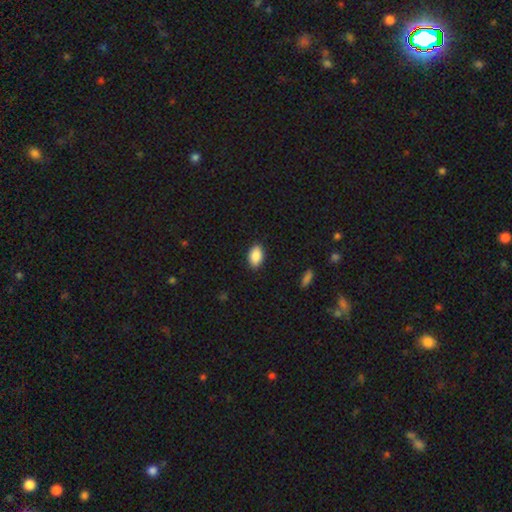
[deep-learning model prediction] Smooth or featured? Predicted: smooth (p=0.89). How rounded? Predicted: in between (p=0.92). Merging? Predicted: none (p=0.88).